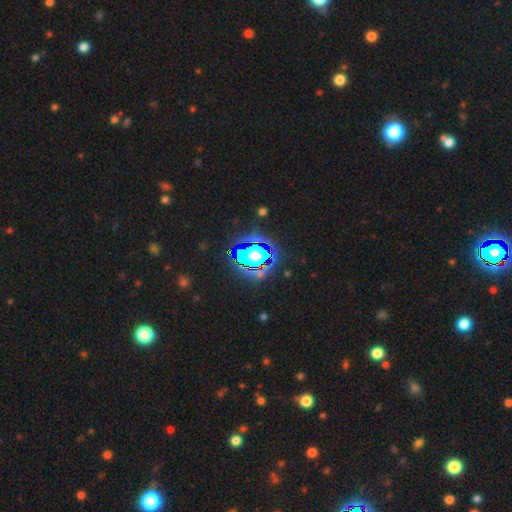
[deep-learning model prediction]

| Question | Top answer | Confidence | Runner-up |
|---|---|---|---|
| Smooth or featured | star or artifact | 69% | smooth (19%) |